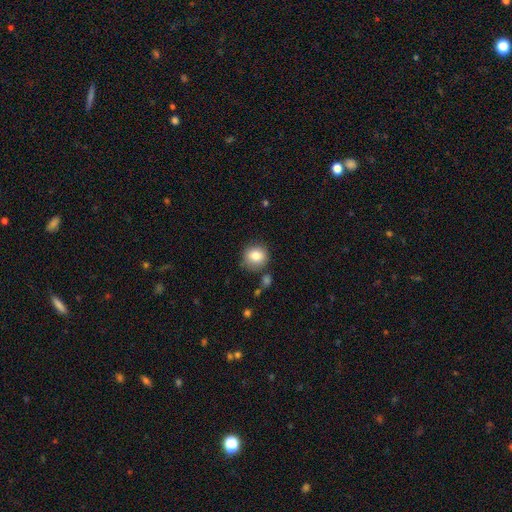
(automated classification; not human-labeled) Q: Smooth or featured?
A: smooth (83%); runner-up: star or artifact (9%)
Q: How rounded?
A: round (88%); runner-up: in between (12%)
Q: Merging?
A: none (77%); runner-up: minor disturbance (15%)